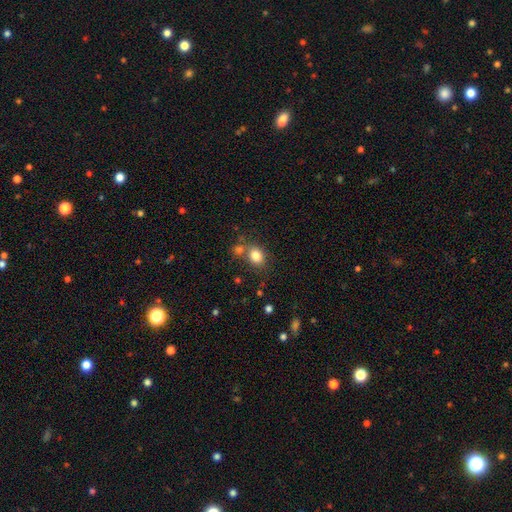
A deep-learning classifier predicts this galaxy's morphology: This is clearly a smooth galaxy (82%). How rounded: possibly round (50%). Merging: likely none (61%).